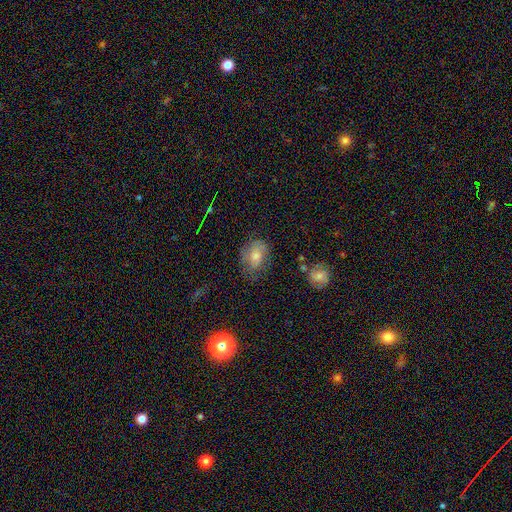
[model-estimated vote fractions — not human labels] Smooth or featured?
  - smooth: 44% *
  - featured or disk: 37%
  - star or artifact: 19%
Merging?
  - none: 67% *
  - minor disturbance: 22%
  - major disturbance: 9%
  - merger: 2%